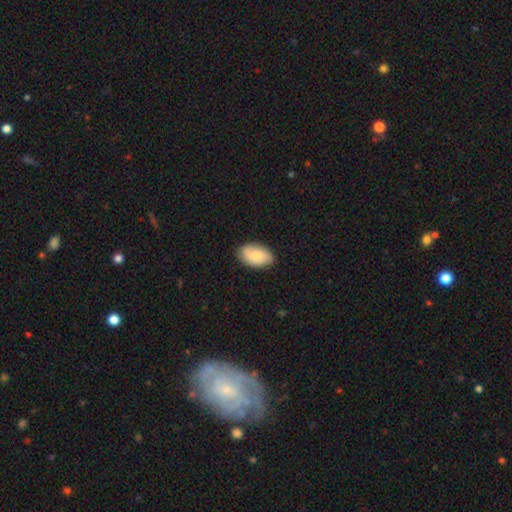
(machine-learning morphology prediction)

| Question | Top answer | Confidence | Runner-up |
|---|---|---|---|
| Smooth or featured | smooth | 78% | featured or disk (16%) |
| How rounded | in between | 93% | round (6%) |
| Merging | none | 82% | minor disturbance (14%) |